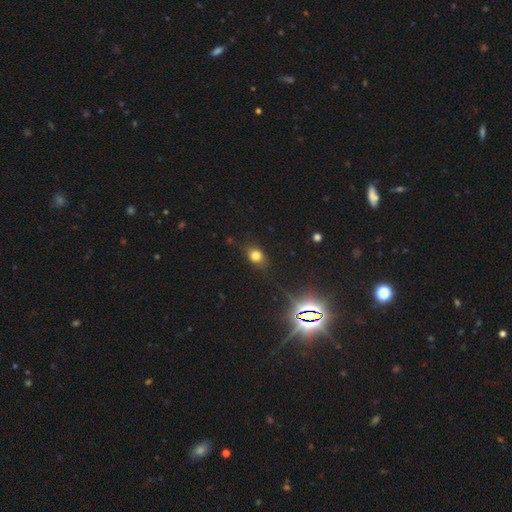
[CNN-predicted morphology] This appears to be a smooth galaxy with no disk features (74%) that is in between round and cigar-shaped (56%). Merging: none (79%).